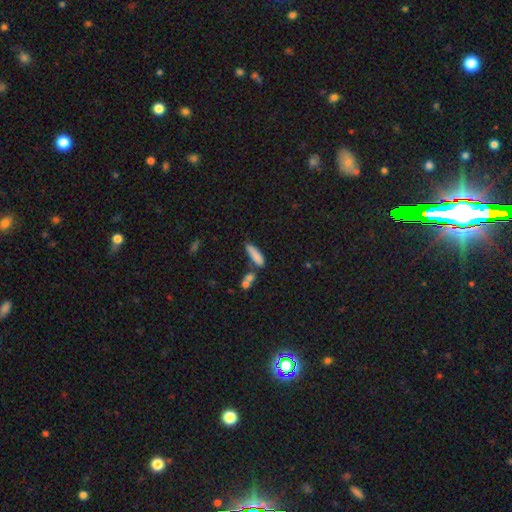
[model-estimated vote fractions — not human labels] A smooth galaxy with no disk features (80%) that is cigar-shaped (64%). Merging: none (55%).